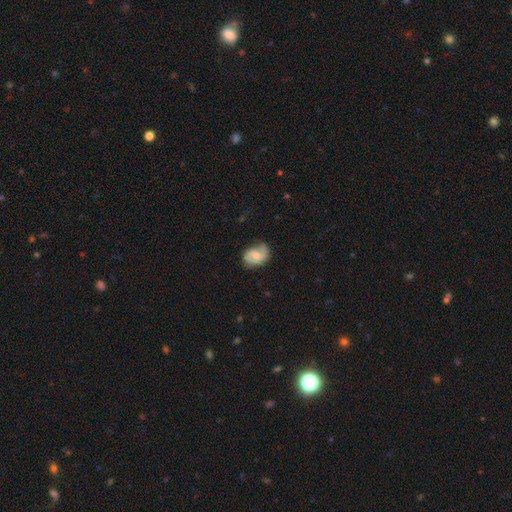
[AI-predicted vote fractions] Smooth or featured? Predicted: featured or disk (p=0.67). Edge-on disk? Predicted: no (p=0.98). Bar? Predicted: no (p=0.50). Spiral arms? Predicted: yes (p=0.93). Spiral winding? Predicted: medium (p=0.46). Spiral arm count? Predicted: 2 (p=0.80). Bulge size? Predicted: small (p=0.40, tied with moderate). Merging? Predicted: none (p=0.65).